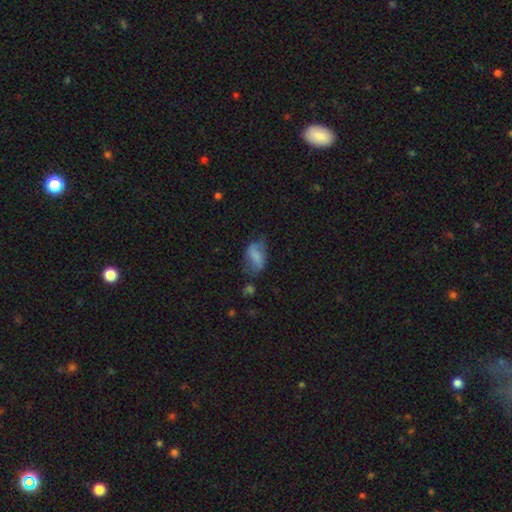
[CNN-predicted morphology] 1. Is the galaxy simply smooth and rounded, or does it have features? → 68% smooth, 23% featured or disk, 9% star or artifact.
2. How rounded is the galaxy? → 88% in between, 9% round, 3% cigar-shaped.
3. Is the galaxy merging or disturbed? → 51% none, 30% minor disturbance, 16% major disturbance, 3% merger.